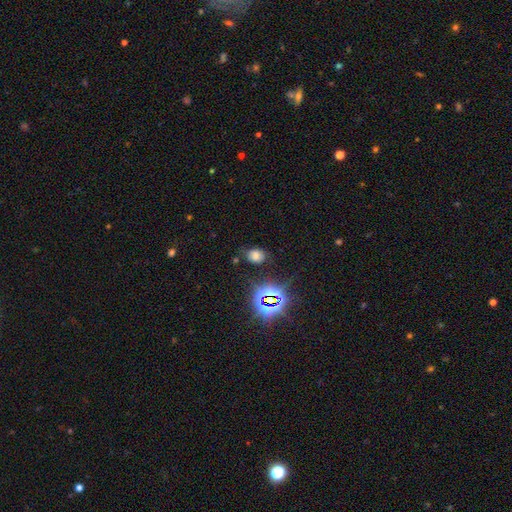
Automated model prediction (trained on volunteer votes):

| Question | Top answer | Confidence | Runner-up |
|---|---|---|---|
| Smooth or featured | smooth | 61% | star or artifact (30%) |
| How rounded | in between | 60% | round (39%) |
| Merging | none | 75% | minor disturbance (17%) |